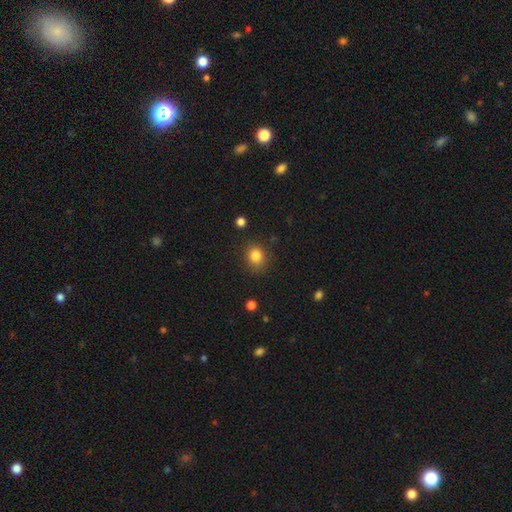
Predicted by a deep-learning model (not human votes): A smooth galaxy with no disk features (84%) that is round (73%). Merging: none (83%).